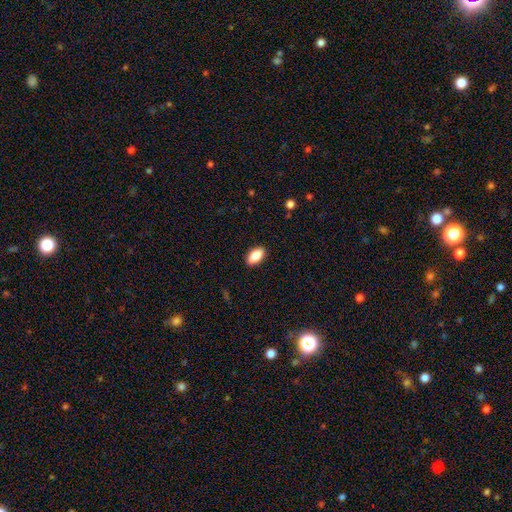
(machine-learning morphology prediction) Smooth or featured?
  - smooth: 85% *
  - featured or disk: 8%
  - star or artifact: 7%
How rounded?
  - in between: 92% *
  - cigar-shaped: 5%
  - round: 3%
Merging?
  - none: 89% *
  - minor disturbance: 8%
  - major disturbance: 2%
  - merger: 1%